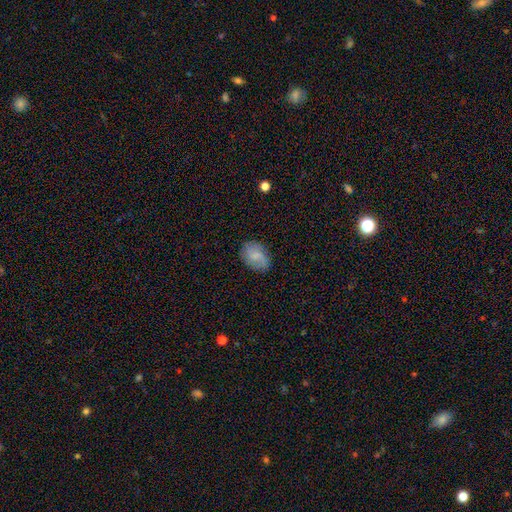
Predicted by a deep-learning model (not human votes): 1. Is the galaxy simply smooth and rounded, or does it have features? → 63% smooth, 29% featured or disk, 8% star or artifact.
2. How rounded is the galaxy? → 78% in between, 20% round, 1% cigar-shaped.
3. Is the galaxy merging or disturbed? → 75% none, 18% minor disturbance, 5% major disturbance, 1% merger.